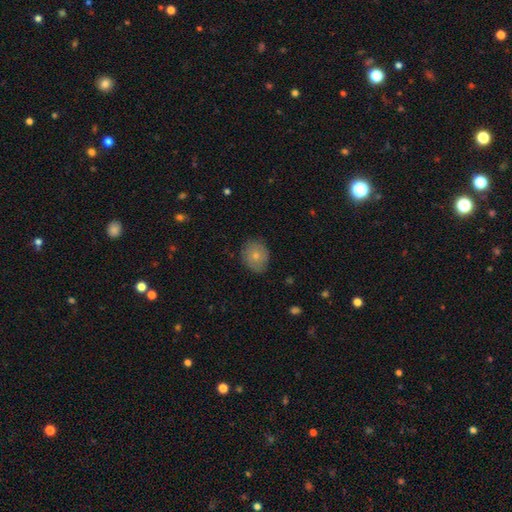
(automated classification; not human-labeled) smooth-or-featured: smooth: 77% | featured or disk: 16% | star or artifact: 8%
  how-rounded: round: 63% | in between: 37% | cigar-shaped: 1%
  merging: none: 81% | minor disturbance: 15% | major disturbance: 3% | merger: 1%